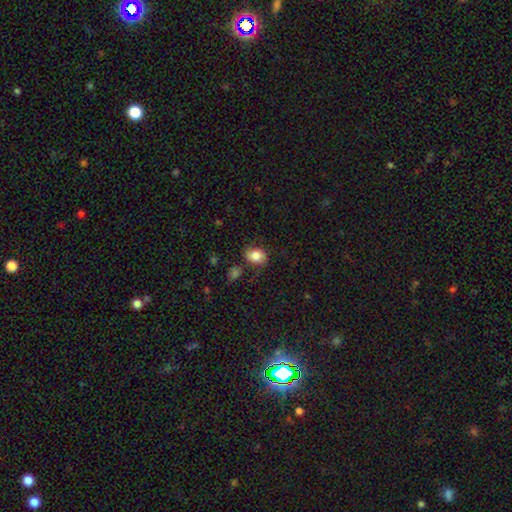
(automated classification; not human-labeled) Q: Smooth or featured?
A: smooth (80%); runner-up: featured or disk (12%)
Q: How rounded?
A: in between (65%); runner-up: round (34%)
Q: Merging?
A: none (66%); runner-up: minor disturbance (21%)